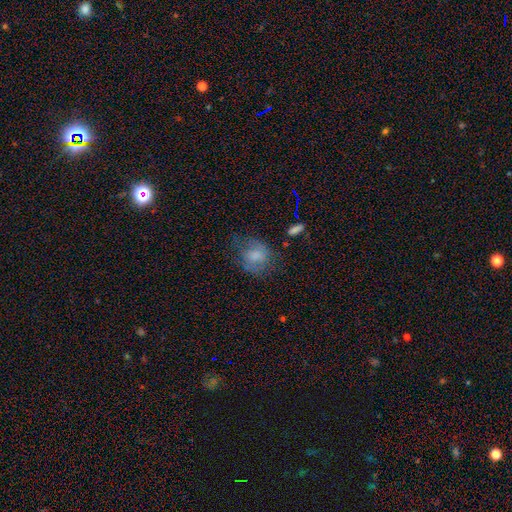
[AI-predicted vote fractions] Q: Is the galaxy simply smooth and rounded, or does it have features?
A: smooth — 63%.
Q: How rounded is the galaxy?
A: round — 59%.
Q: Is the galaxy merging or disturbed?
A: none — 51%.